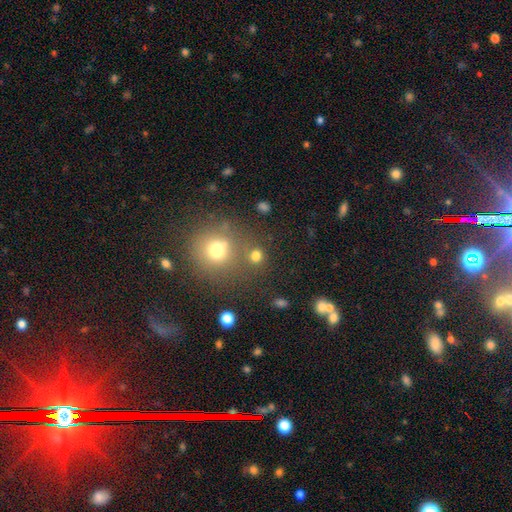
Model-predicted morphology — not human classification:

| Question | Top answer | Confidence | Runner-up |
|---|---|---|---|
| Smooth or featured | smooth | 75% | star or artifact (18%) |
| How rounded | round | 86% | in between (12%) |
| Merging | none | 69% | merger (18%) |